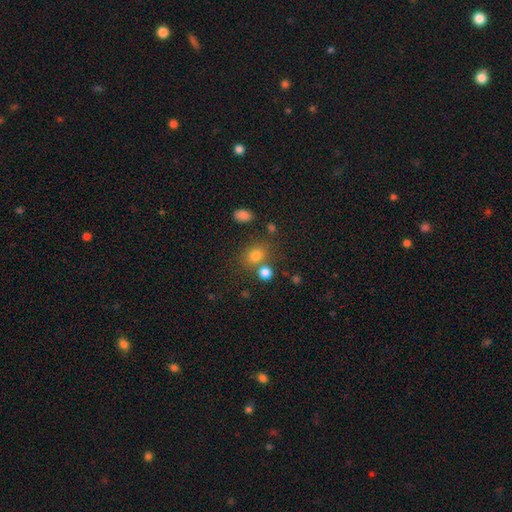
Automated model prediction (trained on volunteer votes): A smooth galaxy with no disk features (77%) that is round (56%).

Vote fractions:
- Smooth or featured? smooth: 77% / star or artifact: 15% / featured or disk: 9%
- How rounded? round: 56% / in between: 42% / cigar-shaped: 1%
- Merging? none: 63% / merger: 20% / minor disturbance: 11% / major disturbance: 5%